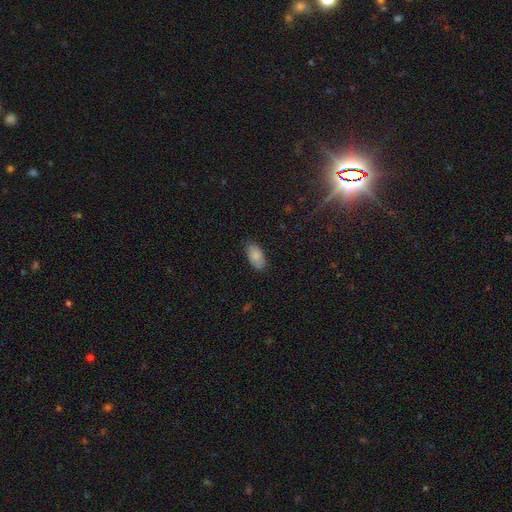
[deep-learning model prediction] smooth-or-featured: smooth: 84% | featured or disk: 9% | star or artifact: 7%
  how-rounded: in between: 95% | round: 3% | cigar-shaped: 2%
  merging: none: 82% | minor disturbance: 14% | major disturbance: 3% | merger: 1%